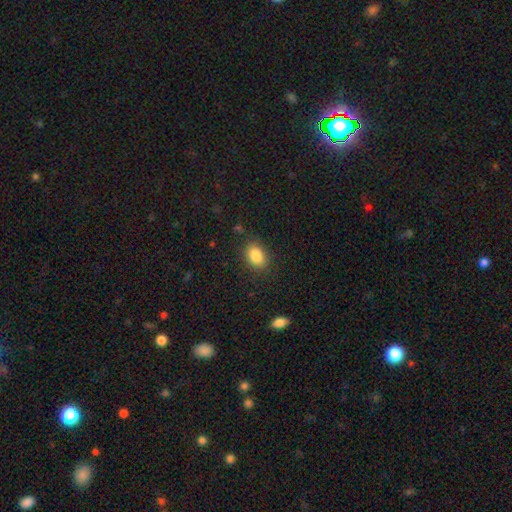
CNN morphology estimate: smooth-or-featured: smooth: 85% | star or artifact: 9% | featured or disk: 6%
  how-rounded: in between: 80% | round: 19% | cigar-shaped: 1%
  merging: none: 84% | minor disturbance: 11% | major disturbance: 3% | merger: 2%